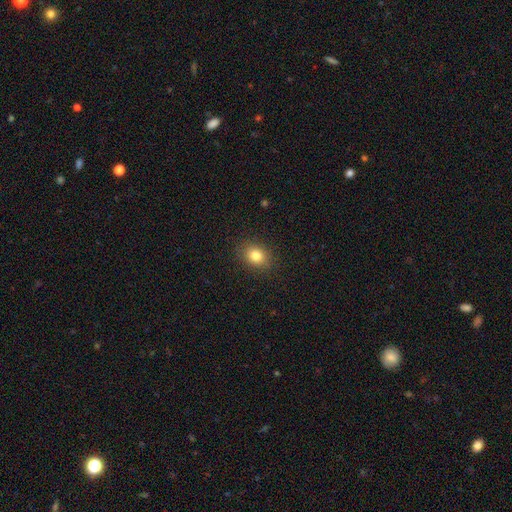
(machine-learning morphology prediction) This appears to be a smooth galaxy with no disk features (81%) that is round (50%). Merging: none (87%).